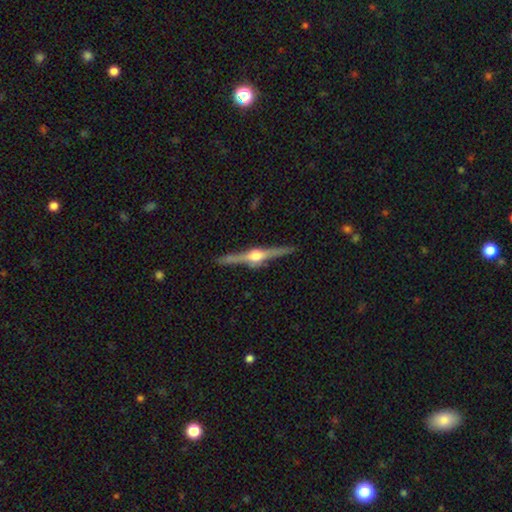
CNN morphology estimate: This appears to be a featured or disk galaxy (87%) viewed edge-on (98%) with a rounded central bulge (95%). Merging: none (90%).